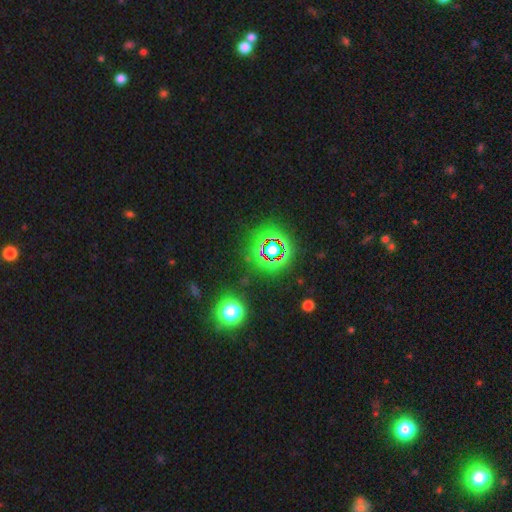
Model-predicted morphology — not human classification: smooth-or-featured: star or artifact: 78% | smooth: 14% | featured or disk: 8%